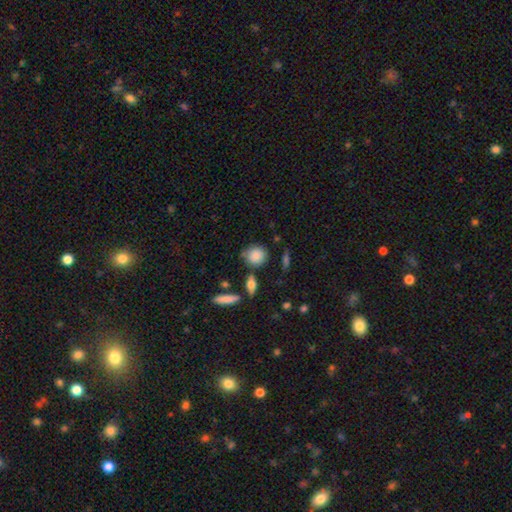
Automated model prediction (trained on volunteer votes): Q: Smooth or featured?
A: smooth (84%); runner-up: star or artifact (8%)
Q: How rounded?
A: round (79%); runner-up: in between (19%)
Q: Merging?
A: none (70%); runner-up: minor disturbance (17%)